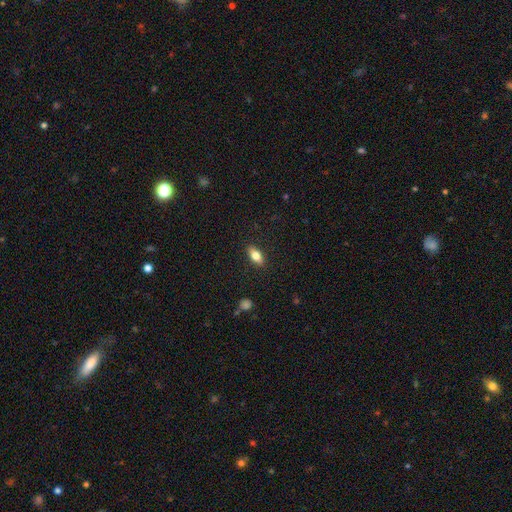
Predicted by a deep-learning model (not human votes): Smooth or featured: smooth — 76% (featured or disk — 17%)
How rounded: in between — 85% (cigar-shaped — 11%)
Merging: none — 88% (minor disturbance — 8%)